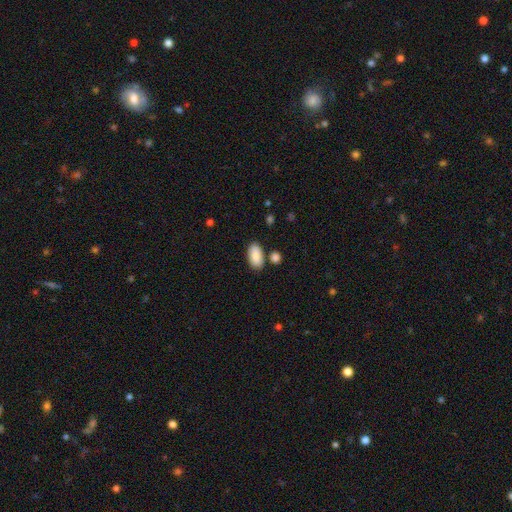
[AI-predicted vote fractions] Smooth or featured?
  - smooth: 87% *
  - featured or disk: 6%
  - star or artifact: 6%
How rounded?
  - in between: 94% *
  - round: 3%
  - cigar-shaped: 2%
Merging?
  - none: 78% *
  - minor disturbance: 11%
  - merger: 8%
  - major disturbance: 3%